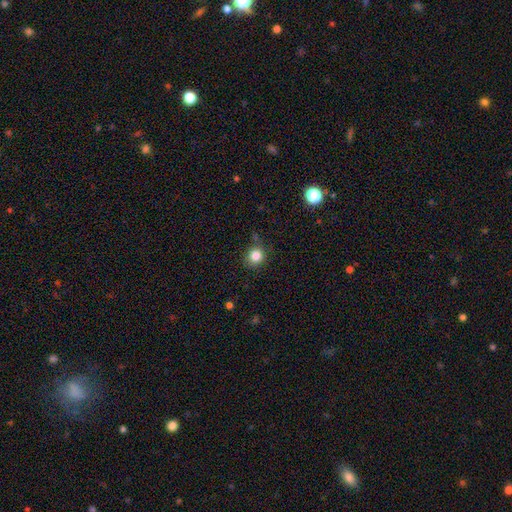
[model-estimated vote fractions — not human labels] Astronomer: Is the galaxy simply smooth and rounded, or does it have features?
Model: smooth — 84%.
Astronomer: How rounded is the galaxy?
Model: round — 87%.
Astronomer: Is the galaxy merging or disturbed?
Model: none — 83%.